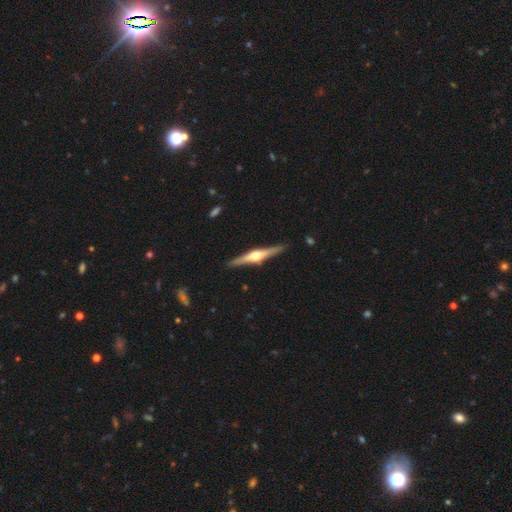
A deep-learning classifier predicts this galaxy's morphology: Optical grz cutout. It shows a featured or disk galaxy (81%) viewed edge-on (98%) with a rounded central bulge (94%). Merging: none (91%).